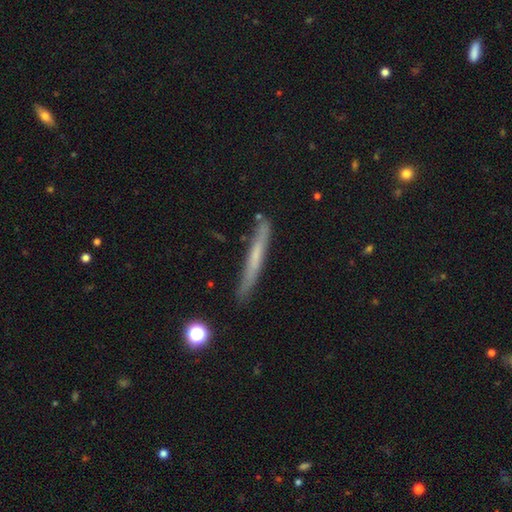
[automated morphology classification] Overall: smooth (49%; featured or disk 43%). Merging: none (83%).